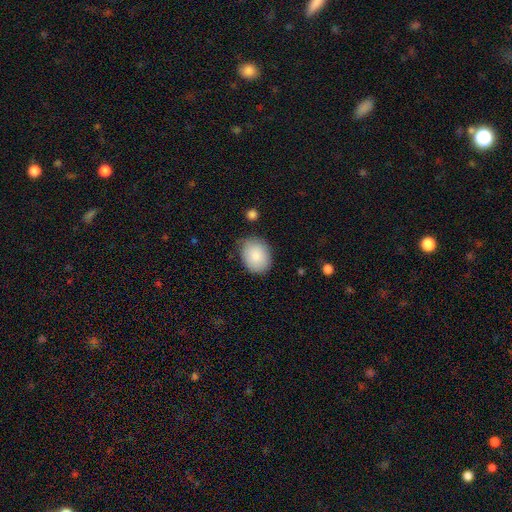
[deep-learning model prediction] A smooth galaxy with no disk features (87%) that is in between round and cigar-shaped (58%).

Vote fractions:
- Smooth or featured? smooth: 87% / featured or disk: 6% / star or artifact: 6%
- How rounded? in between: 58% / round: 41% / cigar-shaped: 1%
- Merging? none: 72% / minor disturbance: 21% / major disturbance: 4% / merger: 2%